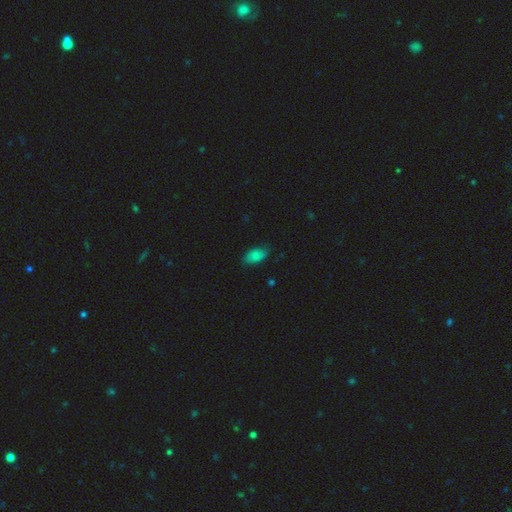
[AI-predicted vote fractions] Smooth or featured? Predicted: smooth (p=0.78). How rounded? Predicted: in between (p=0.93). Merging? Predicted: none (p=0.77).